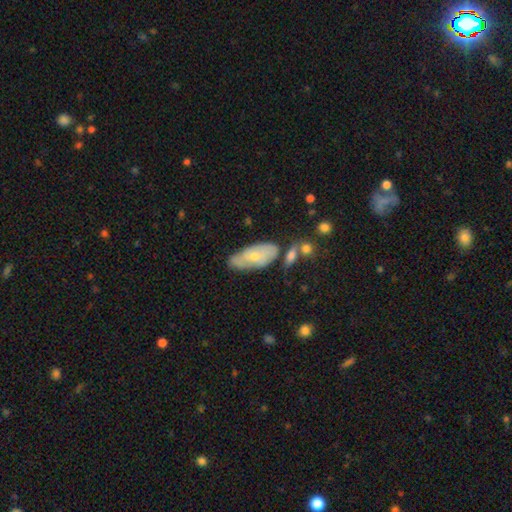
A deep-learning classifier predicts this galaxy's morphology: A smooth galaxy with no disk features (52%) that is in between round and cigar-shaped (85%). Merging: none (55%).